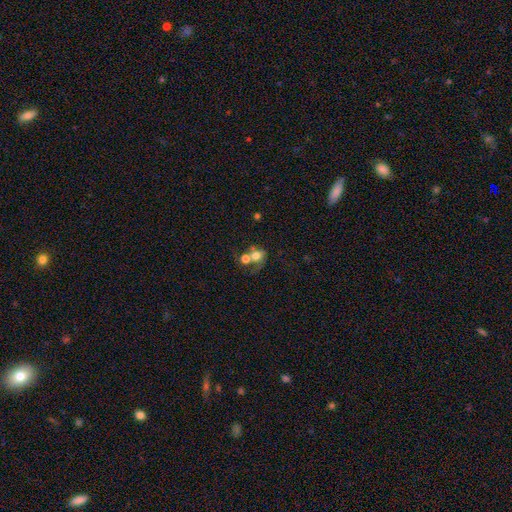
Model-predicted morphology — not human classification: A smooth galaxy with no disk features (64%) that is round (64%). Merging: merger (56%).